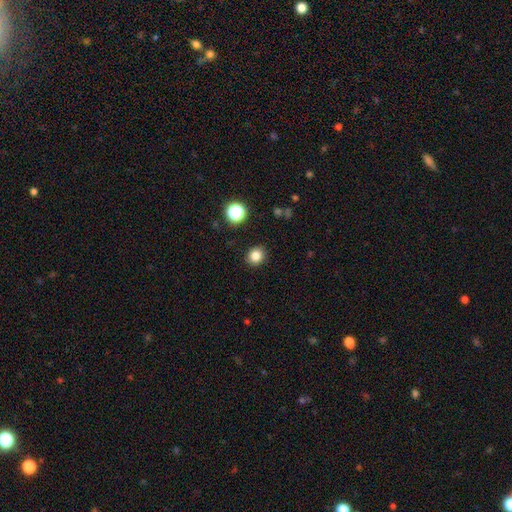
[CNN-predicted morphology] smooth 82%, star or artifact 13%, featured or disk 6%. Down the decision tree: how rounded — round (78%); merging — none (90%).